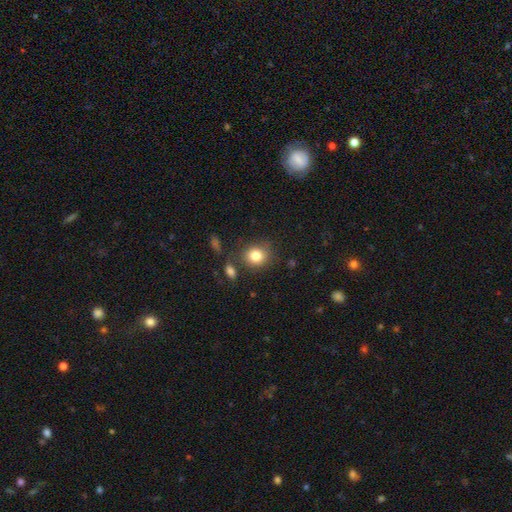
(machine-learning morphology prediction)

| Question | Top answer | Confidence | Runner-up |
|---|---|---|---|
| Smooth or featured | smooth | 83% | star or artifact (10%) |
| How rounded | round | 76% | in between (23%) |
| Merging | none | 76% | minor disturbance (13%) |